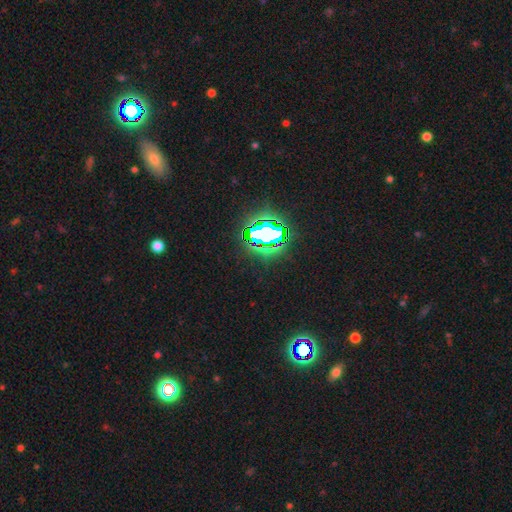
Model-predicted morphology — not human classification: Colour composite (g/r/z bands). It shows a star or artifact, not a galaxy (80%).